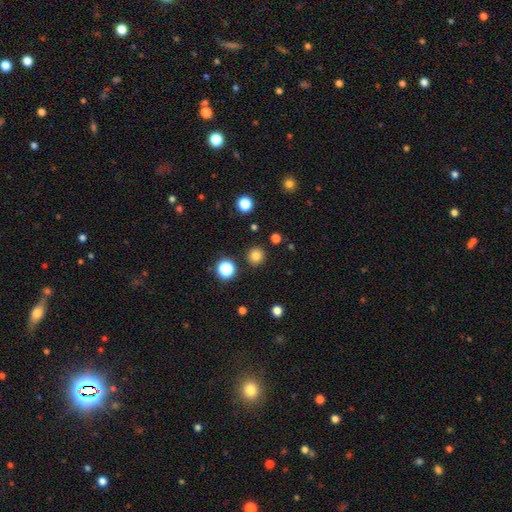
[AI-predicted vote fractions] This is clearly a smooth galaxy (81%). How rounded: clearly round (94%). Merging: clearly none (91%).